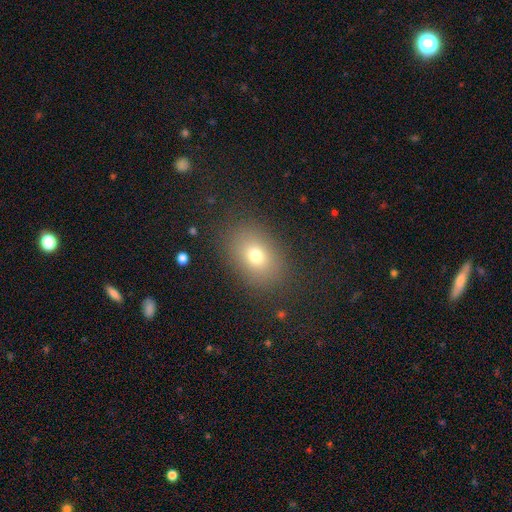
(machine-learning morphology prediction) smooth-or-featured: smooth: 73% | star or artifact: 14% | featured or disk: 13%
  how-rounded: in between: 73% | round: 26% | cigar-shaped: 1%
  merging: none: 84% | minor disturbance: 10% | major disturbance: 5% | merger: 1%